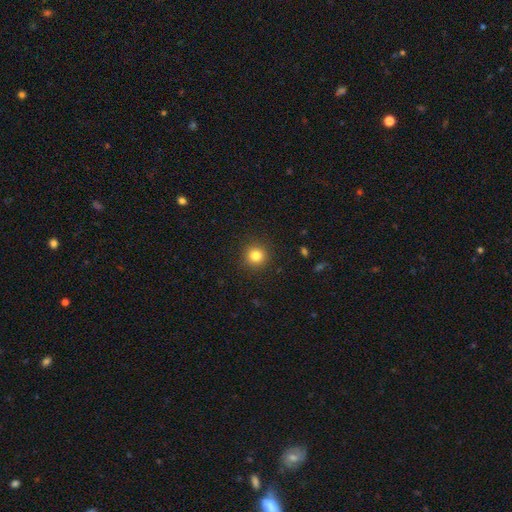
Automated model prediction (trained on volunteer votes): This appears to be a smooth galaxy with no disk features (82%) that is round (94%). Merging: none (91%).